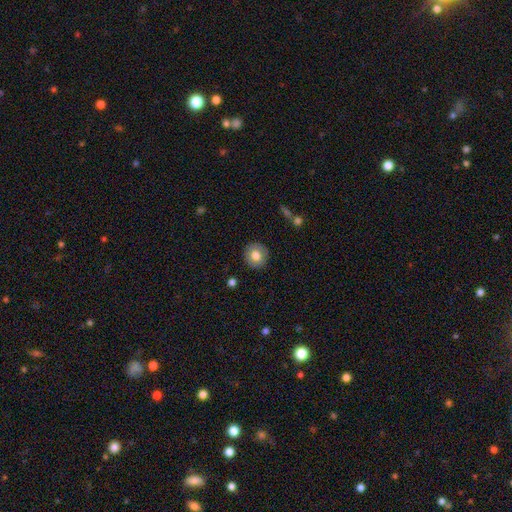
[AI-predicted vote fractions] Smooth or featured? Predicted: smooth (p=0.78). How rounded? Predicted: round (p=0.90). Merging? Predicted: none (p=0.91).